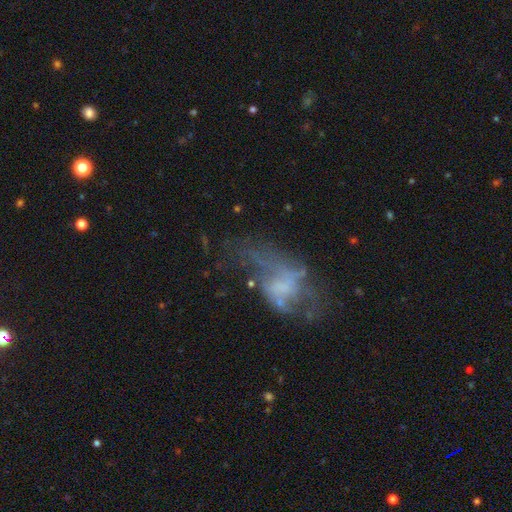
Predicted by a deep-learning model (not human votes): Q: Smooth or featured?
A: featured or disk (60%); runner-up: smooth (24%)
Q: Edge-on disk?
A: no (94%); runner-up: yes (6%)
Q: Bar?
A: no (67%); runner-up: weak (26%)
Q: Spiral arms?
A: no (54%); runner-up: yes (46%)
Q: Bulge size?
A: none (48%); runner-up: small (29%)
Q: Merging?
A: major disturbance (39%); runner-up: none (35%)